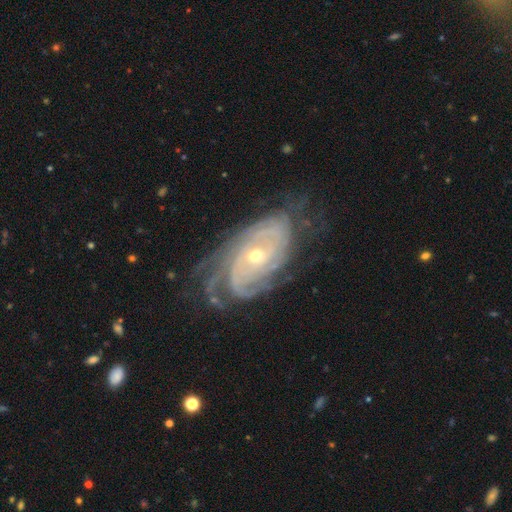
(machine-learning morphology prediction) A featured or disk galaxy (89%) with no bar (71%), tight (75%) spiral arms (97%) and a small central bulge (59%). Merging: none (66%).